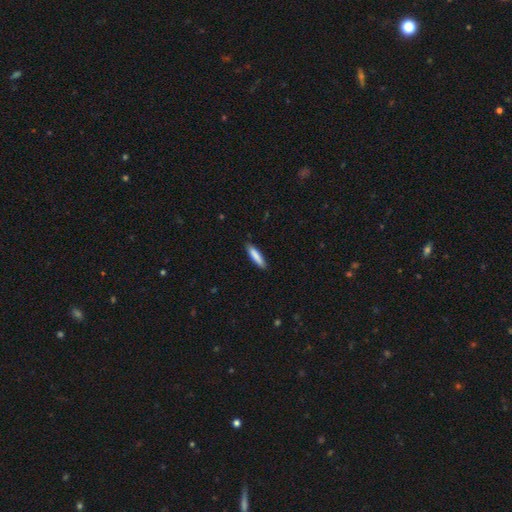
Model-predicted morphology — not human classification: type=smooth (85%); roundness=cigar-shaped (81%); merging=none (88%).